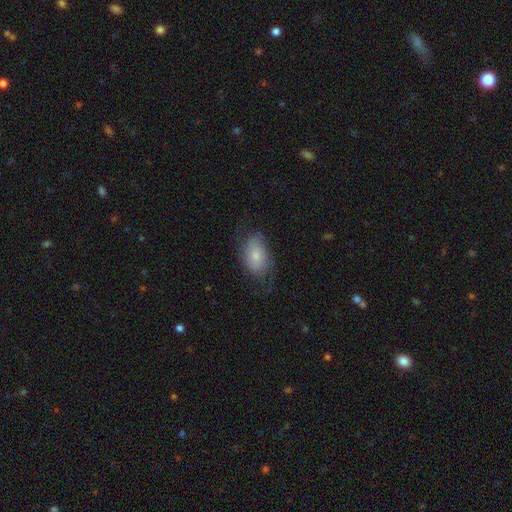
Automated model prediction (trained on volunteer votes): A smooth galaxy with no disk features (70%) that is in between round and cigar-shaped (88%).

Vote fractions:
- Smooth or featured? smooth: 70% / featured or disk: 22% / star or artifact: 8%
- How rounded? in between: 88% / round: 11% / cigar-shaped: 2%
- Merging? none: 59% / minor disturbance: 26% / major disturbance: 14% / merger: 1%